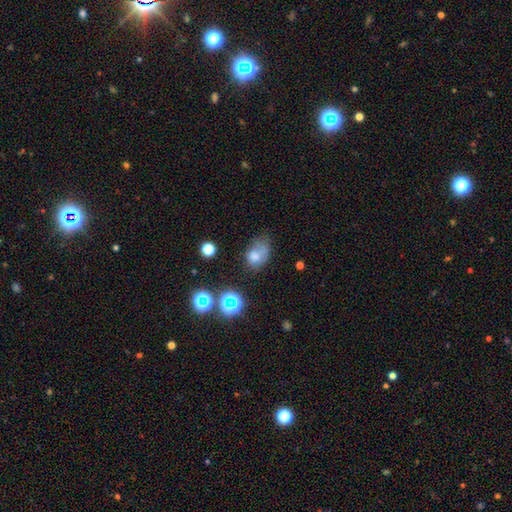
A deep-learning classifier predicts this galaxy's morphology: Smooth or featured?
  - smooth: 67% *
  - featured or disk: 17%
  - star or artifact: 16%
How rounded?
  - in between: 69% *
  - round: 29%
  - cigar-shaped: 1%
Merging?
  - none: 33% *
  - minor disturbance: 31%
  - major disturbance: 26%
  - merger: 11%